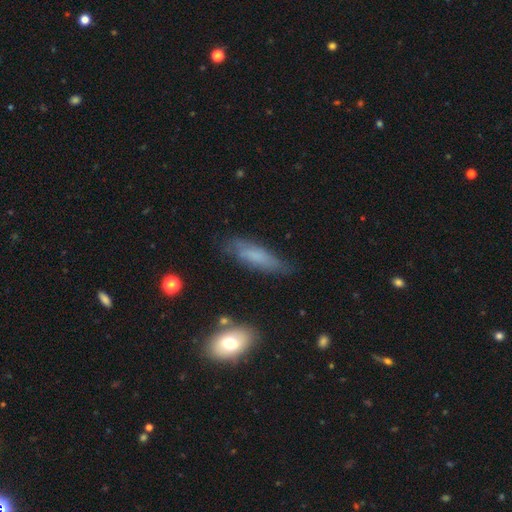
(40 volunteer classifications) Overall: smooth (68%). How rounded: cigar-shaped (59%; in between 37%). Merging: none (70%).